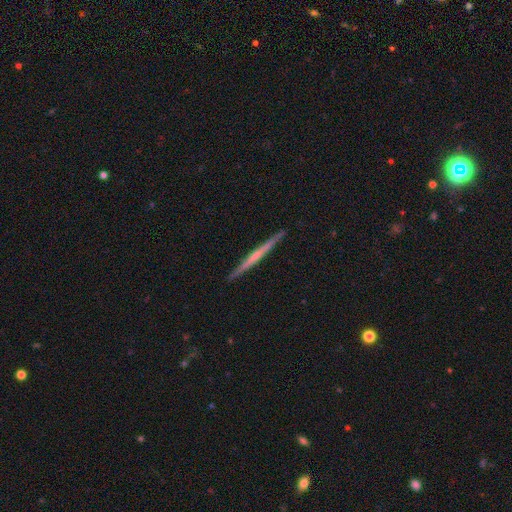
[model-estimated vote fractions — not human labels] Q: Smooth or featured?
A: featured or disk (67%); runner-up: smooth (28%)
Q: Edge-on disk?
A: yes (98%); runner-up: no (2%)
Q: Edge-on bulge?
A: none (60%); runner-up: rounded (32%)
Q: Merging?
A: none (92%); runner-up: minor disturbance (6%)